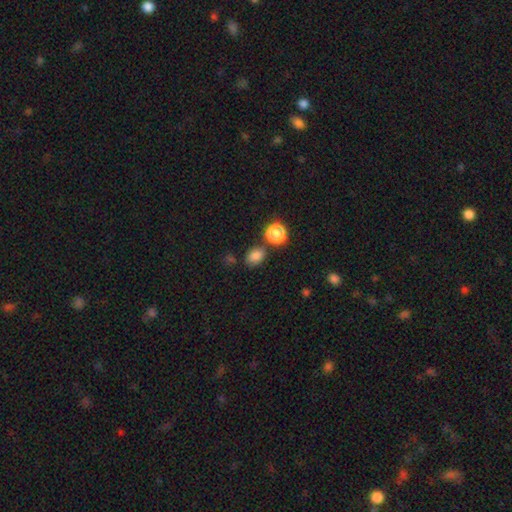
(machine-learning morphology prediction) smooth_or_featured: smooth (p=0.80) [alt: star or artifact p=0.15]
how_rounded: in between (p=0.64) [alt: round p=0.35]
merging: none (p=0.74) [alt: minor disturbance p=0.14]